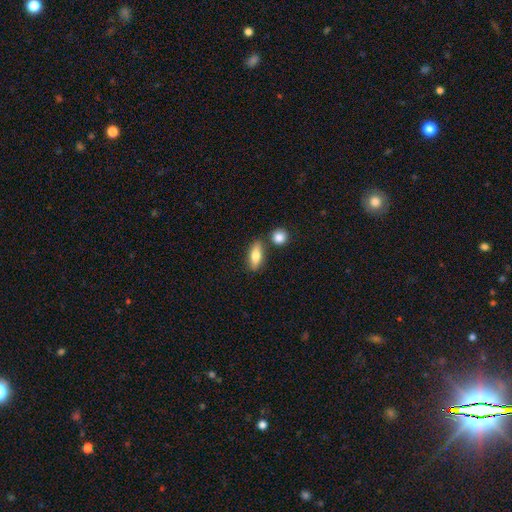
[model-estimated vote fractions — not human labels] smooth-or-featured: smooth: 74% | featured or disk: 19% | star or artifact: 7%
  how-rounded: in between: 70% | cigar-shaped: 26% | round: 5%
  merging: none: 74% | minor disturbance: 12% | merger: 11% | major disturbance: 3%